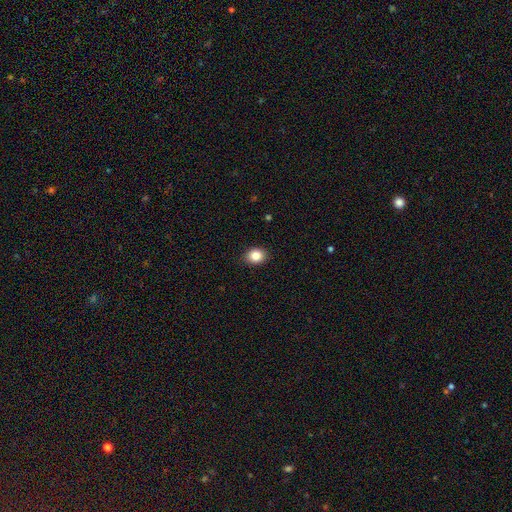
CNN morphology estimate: A smooth galaxy with no disk features (84%) that is round (52%). Merging: none (89%).